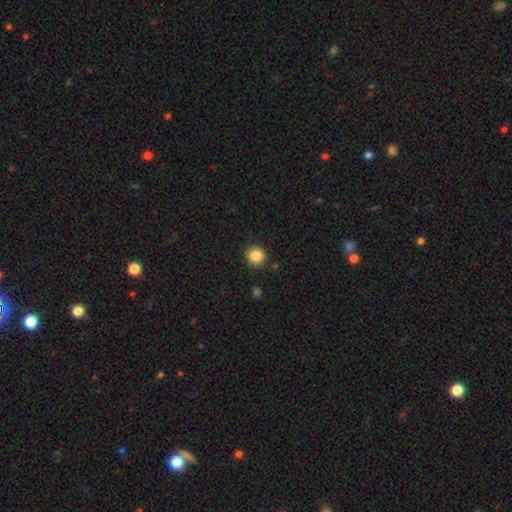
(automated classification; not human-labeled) This appears to be a smooth galaxy with no disk features (86%) that is round (93%). Merging: none (89%).